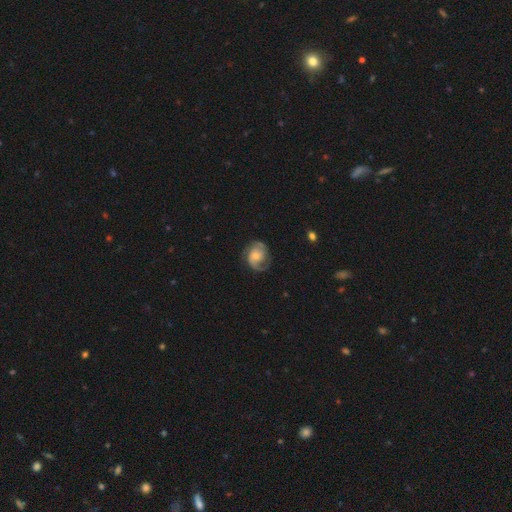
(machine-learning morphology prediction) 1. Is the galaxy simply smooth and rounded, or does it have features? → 80% featured or disk, 14% smooth, 6% star or artifact.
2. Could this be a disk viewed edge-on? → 98% no, 2% yes.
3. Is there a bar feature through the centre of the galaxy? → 66% no, 29% weak, 5% strong.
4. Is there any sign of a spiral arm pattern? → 95% yes, 5% no.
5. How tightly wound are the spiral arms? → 48% medium, 33% tight, 19% loose.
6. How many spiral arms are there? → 78% 2, 8% can't tell, 6% 3, 5% 1, 2% 4, 2% more than 4.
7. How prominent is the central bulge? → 46% moderate, 40% small, 7% large, 5% none, 1% dominant.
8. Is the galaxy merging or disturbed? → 73% none, 18% minor disturbance, 8% major disturbance, 1% merger.